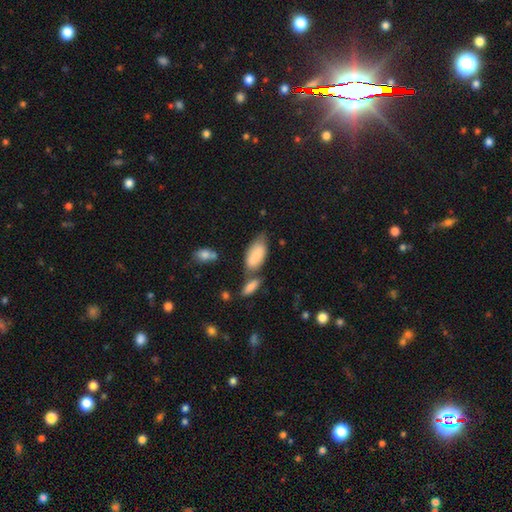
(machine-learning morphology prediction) A smooth galaxy with no disk features (83%) that is in between round and cigar-shaped (90%).

Vote fractions:
- Smooth or featured? smooth: 83% / featured or disk: 11% / star or artifact: 6%
- How rounded? in between: 90% / cigar-shaped: 8% / round: 2%
- Merging? none: 43% / merger: 29% / minor disturbance: 21% / major disturbance: 7%